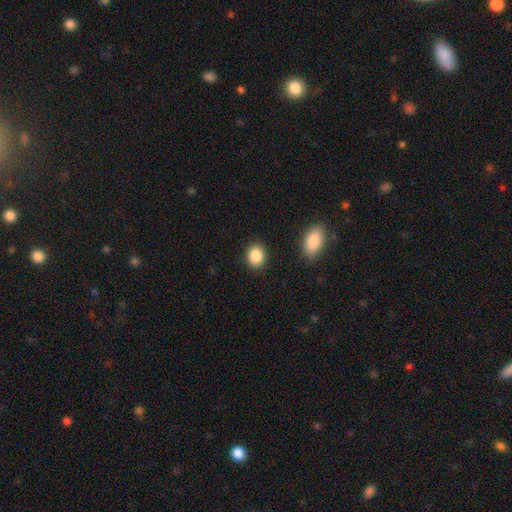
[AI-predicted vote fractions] Smooth or featured? smooth (88%)
How rounded? round (52%)
Merging? none (88%)